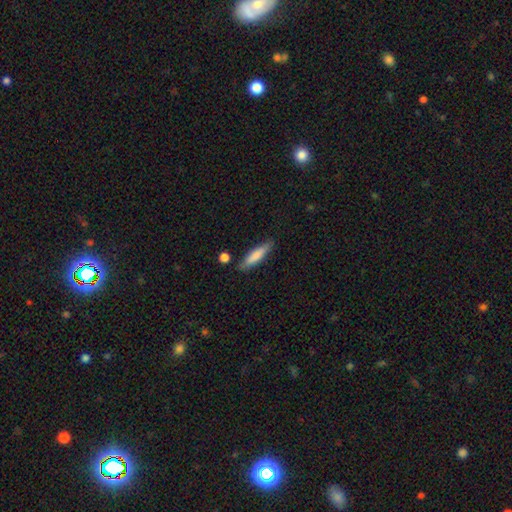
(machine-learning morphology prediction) Smooth or featured: smooth — 77% (featured or disk — 17%)
How rounded: cigar-shaped — 78% (in between — 21%)
Merging: none — 80% (minor disturbance — 13%)